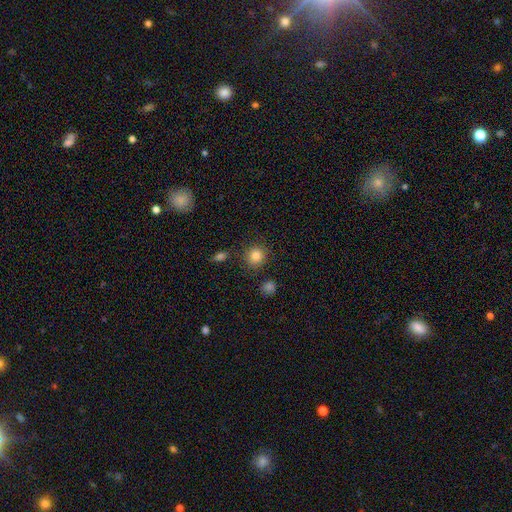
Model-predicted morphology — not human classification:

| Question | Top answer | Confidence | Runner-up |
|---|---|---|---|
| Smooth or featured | smooth | 84% | star or artifact (10%) |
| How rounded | round | 90% | in between (9%) |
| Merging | none | 85% | minor disturbance (9%) |